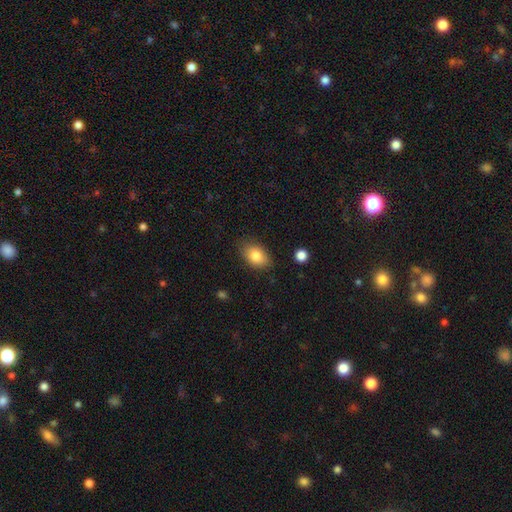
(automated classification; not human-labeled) Smooth or featured? smooth (83%)
How rounded? in between (85%)
Merging? none (79%)